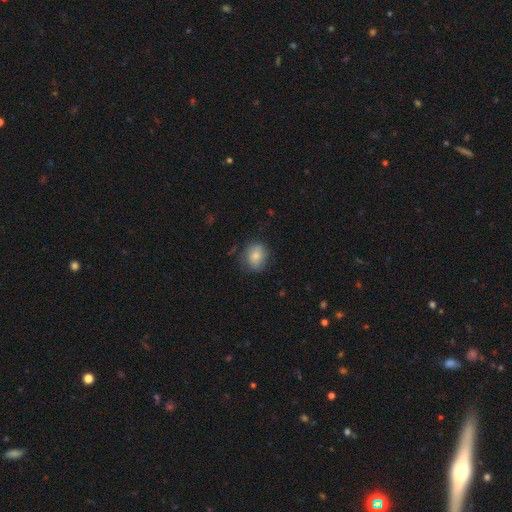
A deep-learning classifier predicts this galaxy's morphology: smooth-or-featured: smooth: 77% | featured or disk: 14% | star or artifact: 8%
  how-rounded: round: 69% | in between: 30% | cigar-shaped: 1%
  merging: none: 71% | minor disturbance: 22% | major disturbance: 6% | merger: 1%